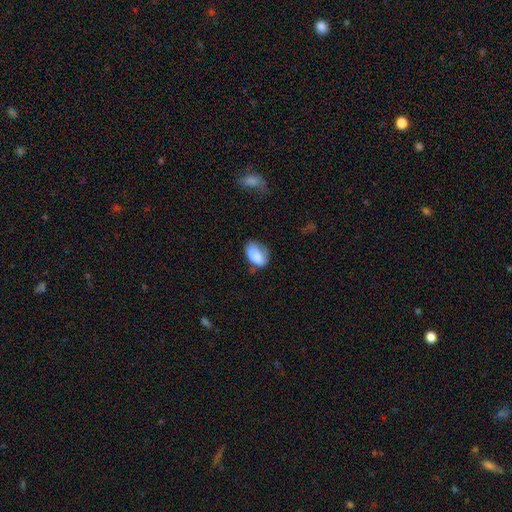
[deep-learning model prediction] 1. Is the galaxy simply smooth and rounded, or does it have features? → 78% smooth, 14% featured or disk, 8% star or artifact.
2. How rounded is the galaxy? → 86% in between, 13% round, 1% cigar-shaped.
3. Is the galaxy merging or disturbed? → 48% none, 35% minor disturbance, 13% major disturbance, 4% merger.